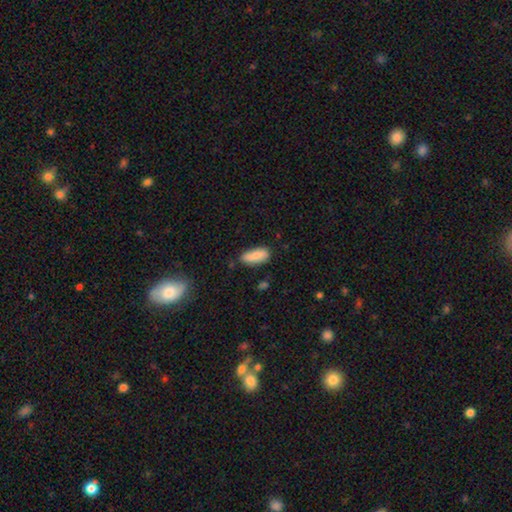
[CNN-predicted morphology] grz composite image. It shows a smooth galaxy with no disk features (85%) that is in between round and cigar-shaped (79%). Merging: none (78%).